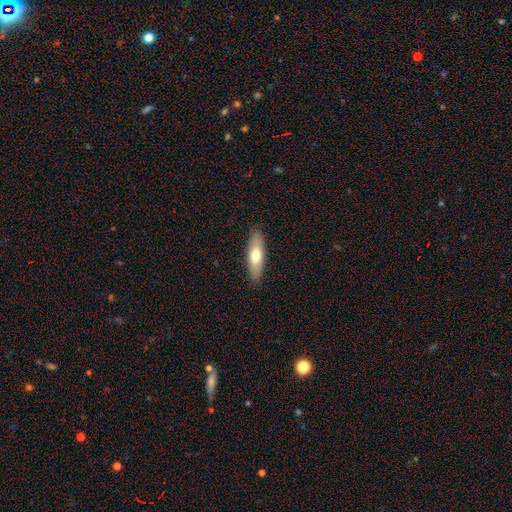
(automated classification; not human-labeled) Q: Smooth or featured?
A: smooth (66%); runner-up: featured or disk (28%)
Q: How rounded?
A: cigar-shaped (52%); runner-up: in between (46%)
Q: Merging?
A: none (88%); runner-up: minor disturbance (9%)